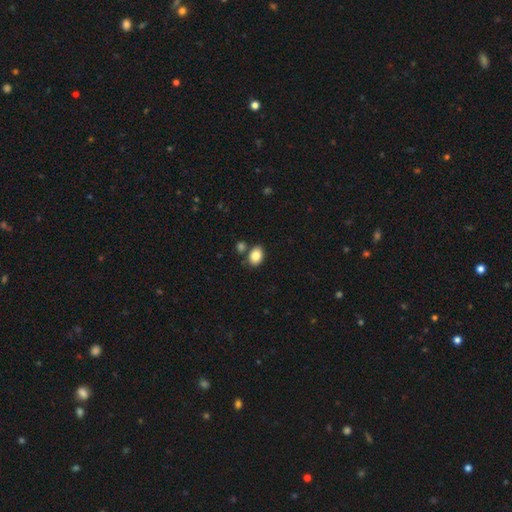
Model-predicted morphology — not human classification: Overall: smooth (85%). How rounded: in between (75%). Merging: none (74%).